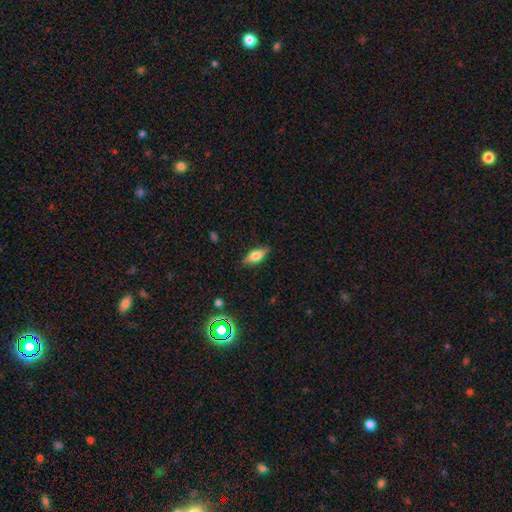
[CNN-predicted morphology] The model was most divided on "smooth or featured": smooth: 55%, featured or disk: 36%, star or artifact: 9%. More confident: merging — none (85%); how rounded — in between (68%).